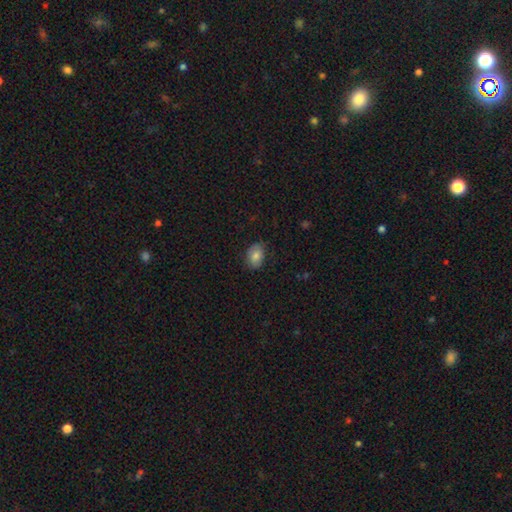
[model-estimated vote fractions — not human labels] Morphology: type=smooth (80%); roundness=in between (80%); merging=none (79%).